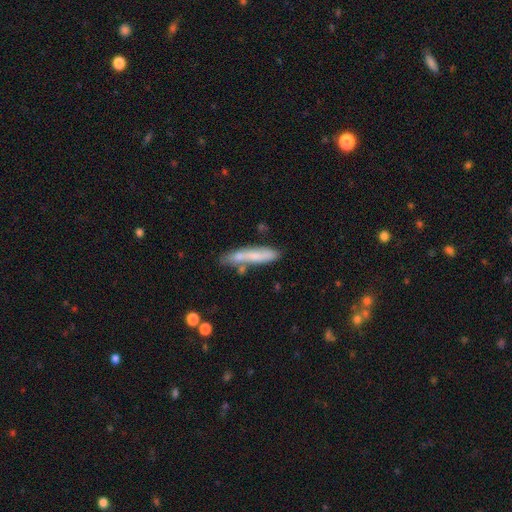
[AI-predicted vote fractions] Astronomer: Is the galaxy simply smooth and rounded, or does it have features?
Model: smooth — 66%.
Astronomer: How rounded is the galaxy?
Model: cigar-shaped — 85%.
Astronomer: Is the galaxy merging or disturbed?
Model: none — 59%.